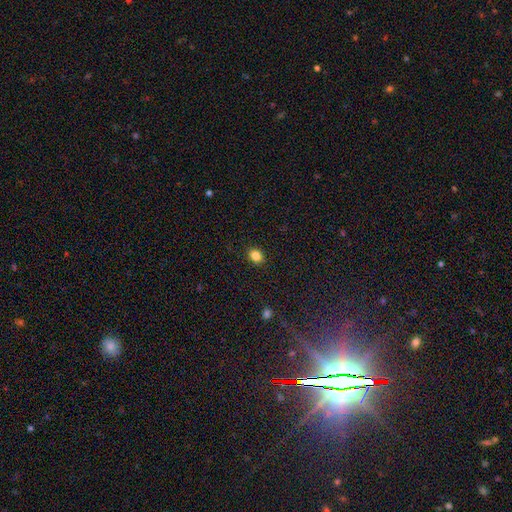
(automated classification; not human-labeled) Smooth or featured?
  - smooth: 84% *
  - star or artifact: 11%
  - featured or disk: 5%
How rounded?
  - round: 50% *
  - in between: 49%
  - cigar-shaped: 1%
Merging?
  - none: 90% *
  - minor disturbance: 7%
  - major disturbance: 2%
  - merger: 1%